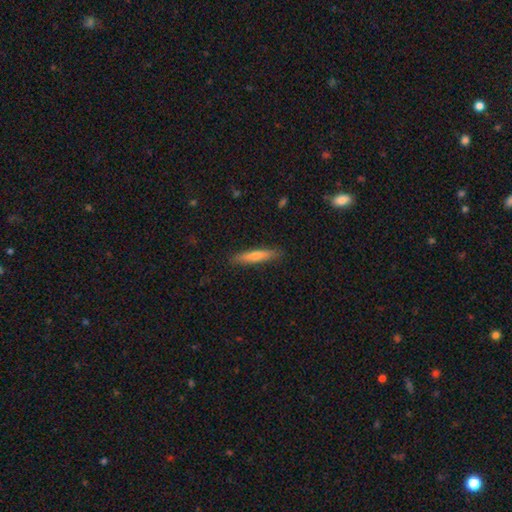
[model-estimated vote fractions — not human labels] Smooth or featured? smooth (54%)
How rounded? cigar-shaped (91%)
Merging? none (89%)